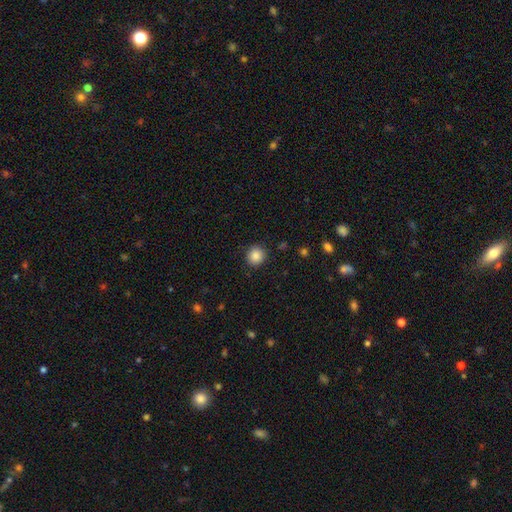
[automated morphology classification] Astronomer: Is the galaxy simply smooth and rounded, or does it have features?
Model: smooth — 86%.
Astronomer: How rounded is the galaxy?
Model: round — 90%.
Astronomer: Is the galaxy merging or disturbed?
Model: none — 90%.